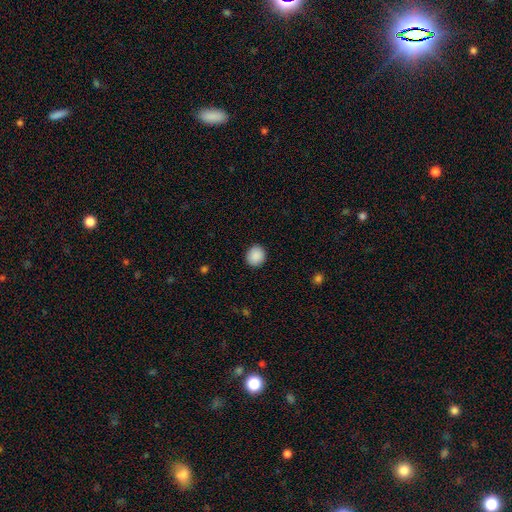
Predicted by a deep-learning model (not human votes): Overall: smooth (90%). How rounded: round (82%). Merging: none (90%).